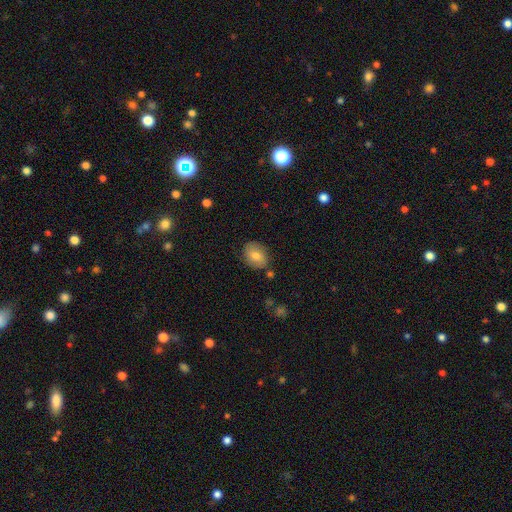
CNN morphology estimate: Smooth or featured? smooth (73%)
How rounded? in between (55%)
Merging? none (81%)